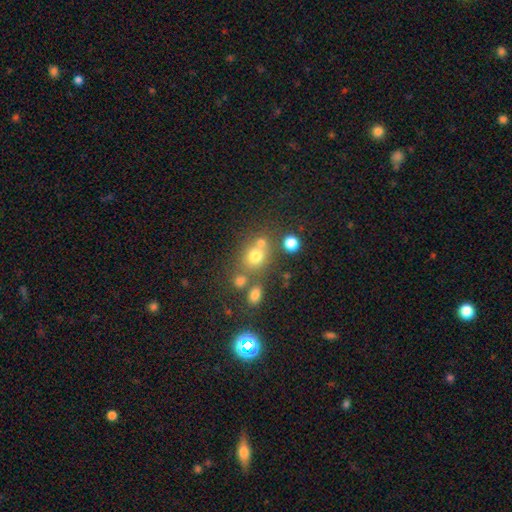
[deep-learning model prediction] Morphology: type=smooth (71%); roundness=round (72%); merging=none (56%).